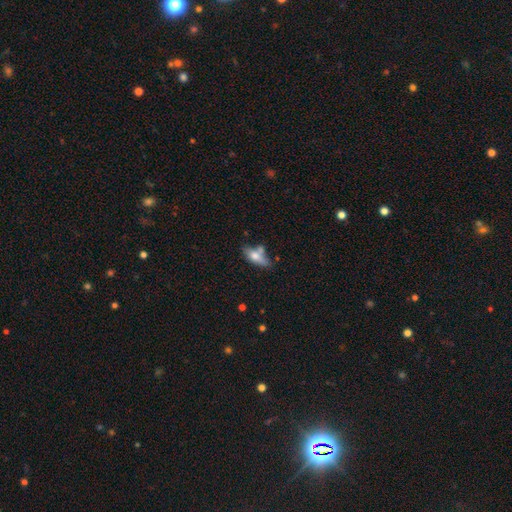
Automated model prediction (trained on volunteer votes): Morphology: type=smooth (62%); roundness=in between (70%); merging=none (47%).